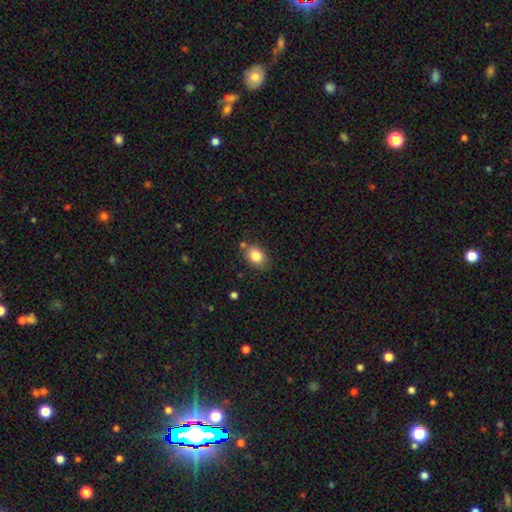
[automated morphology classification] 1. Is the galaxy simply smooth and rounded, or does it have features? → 84% smooth, 9% star or artifact, 7% featured or disk.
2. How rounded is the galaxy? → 69% in between, 30% round, 1% cigar-shaped.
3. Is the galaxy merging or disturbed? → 76% none, 15% minor disturbance, 6% merger, 4% major disturbance.